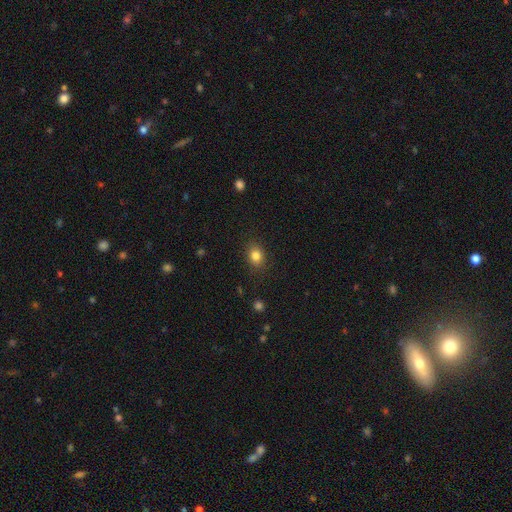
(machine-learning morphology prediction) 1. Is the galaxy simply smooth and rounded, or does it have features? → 83% smooth, 11% star or artifact, 6% featured or disk.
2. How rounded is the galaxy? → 55% in between, 44% round, 1% cigar-shaped.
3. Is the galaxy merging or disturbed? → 86% none, 10% minor disturbance, 3% major disturbance, 1% merger.